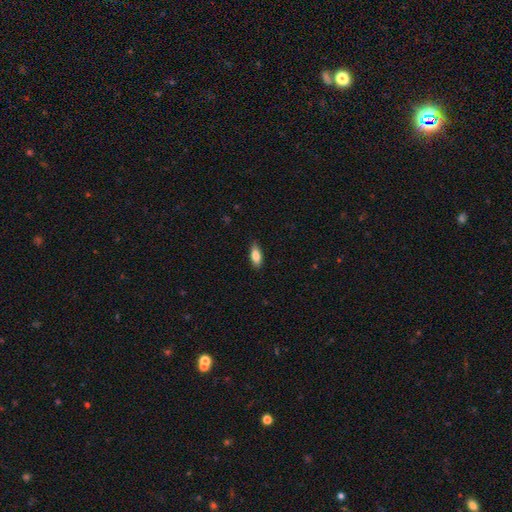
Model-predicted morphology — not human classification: Smooth or featured?
  - smooth: 82% *
  - featured or disk: 12%
  - star or artifact: 7%
How rounded?
  - in between: 80% *
  - cigar-shaped: 18%
  - round: 2%
Merging?
  - none: 85% *
  - minor disturbance: 12%
  - major disturbance: 2%
  - merger: 1%